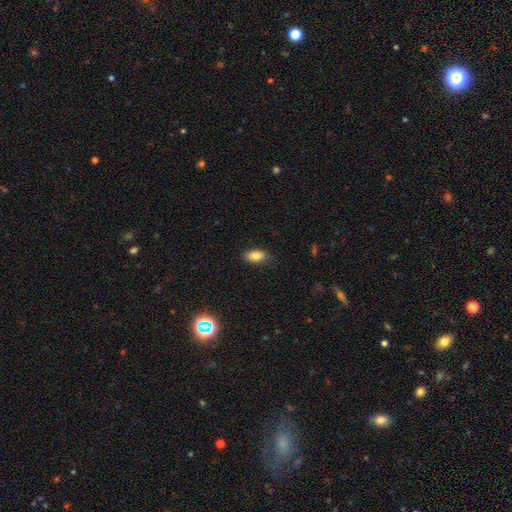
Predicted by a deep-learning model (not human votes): The model was most divided on "merging": none: 80%, minor disturbance: 16%, major disturbance: 3%, merger: 1%. More confident: how rounded — in between (90%); smooth or featured — smooth (82%).